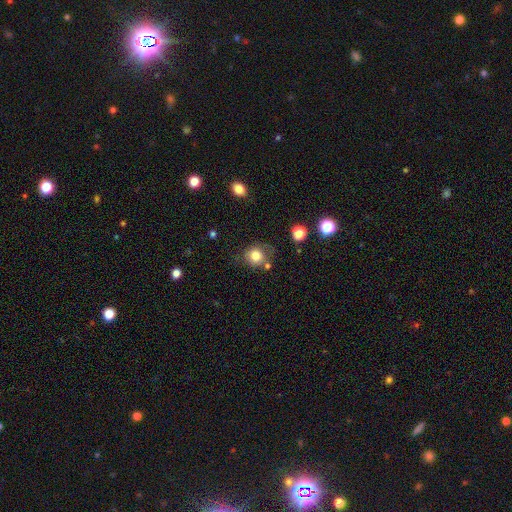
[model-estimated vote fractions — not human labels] Morphology: type=smooth (79%); roundness=round (79%); merging=none (64%).